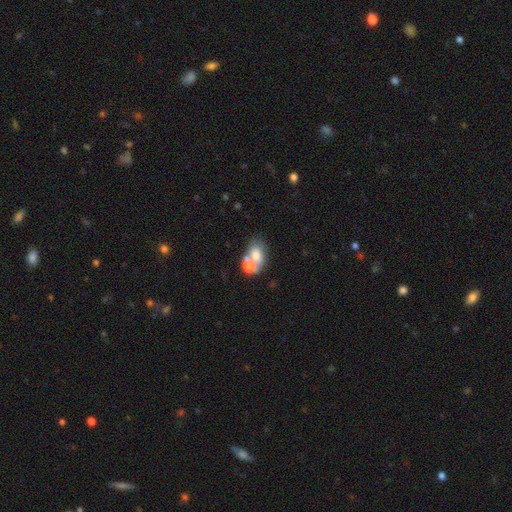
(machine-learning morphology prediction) type=smooth (64%); roundness=in between (77%); merging=merger (51%).